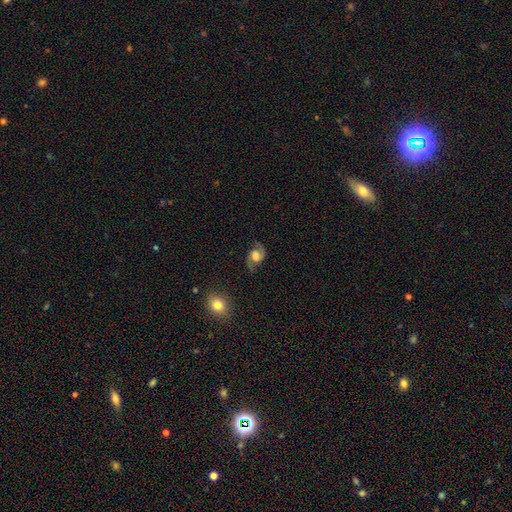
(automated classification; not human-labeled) smooth-or-featured: featured or disk: 77% | smooth: 16% | star or artifact: 8%
  disk-edge-on: no: 97% | yes: 3%
    bar: no: 53% | weak: 38% | strong: 9%
    has-spiral-arms: yes: 95% | no: 5%
      spiral-winding: medium: 47% | loose: 39% | tight: 14%
      spiral-arm-count: 2: 93% | can't tell: 3% | 1: 2% | 3: 1% | 4: 1% | more than 4: 1%
    bulge-size: moderate: 42% | large: 36% | small: 12% | none: 7% | dominant: 4%
  merging: none: 78% | minor disturbance: 15% | major disturbance: 6% | merger: 1%